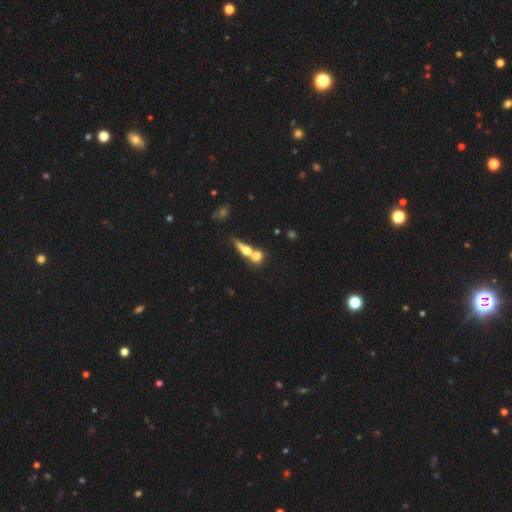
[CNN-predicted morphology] A smooth galaxy with no disk features (60%) that is round (41%). Merging: merger (63%).